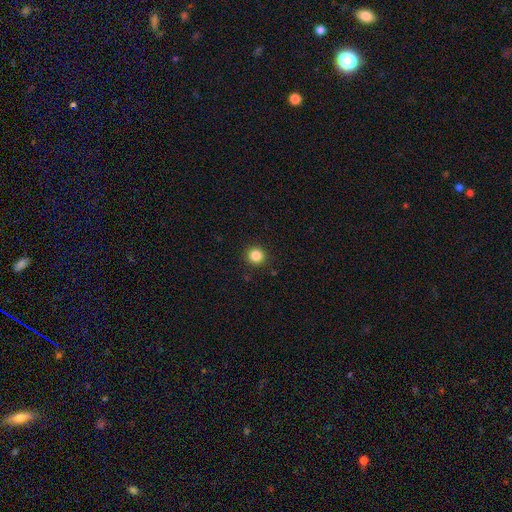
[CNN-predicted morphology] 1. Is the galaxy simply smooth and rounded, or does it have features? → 85% smooth, 11% star or artifact, 4% featured or disk.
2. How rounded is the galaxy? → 94% round, 5% in between, 1% cigar-shaped.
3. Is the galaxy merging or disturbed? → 92% none, 5% minor disturbance, 2% major disturbance, 1% merger.